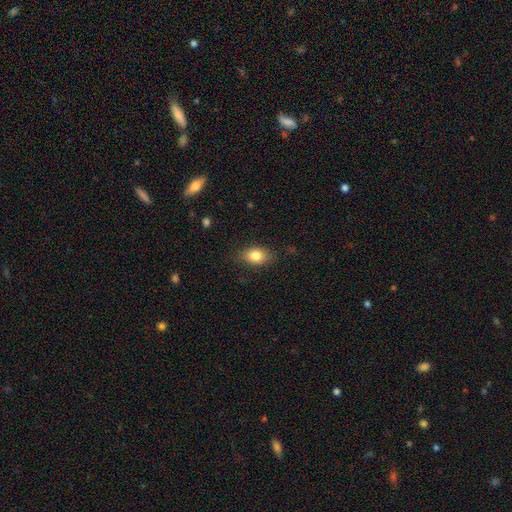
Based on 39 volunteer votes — Q: Smooth or featured?
A: smooth (92%); runner-up: featured or disk (5%)
Q: How rounded?
A: in between (78%); runner-up: round (17%)
Q: Merging?
A: none (82%); runner-up: minor disturbance (8%)